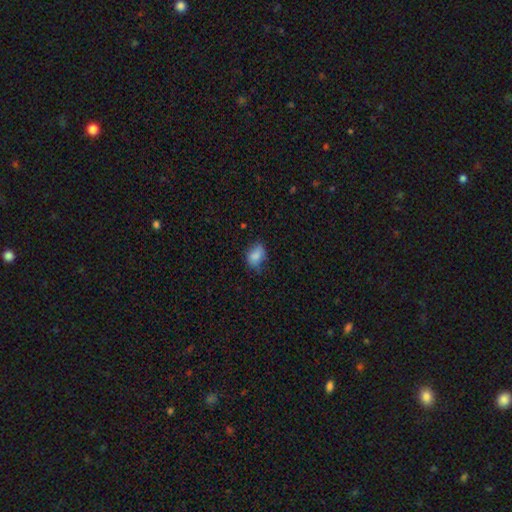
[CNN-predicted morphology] Q: Smooth or featured?
A: smooth (81%); runner-up: featured or disk (9%)
Q: How rounded?
A: in between (74%); runner-up: round (25%)
Q: Merging?
A: none (53%); runner-up: minor disturbance (34%)